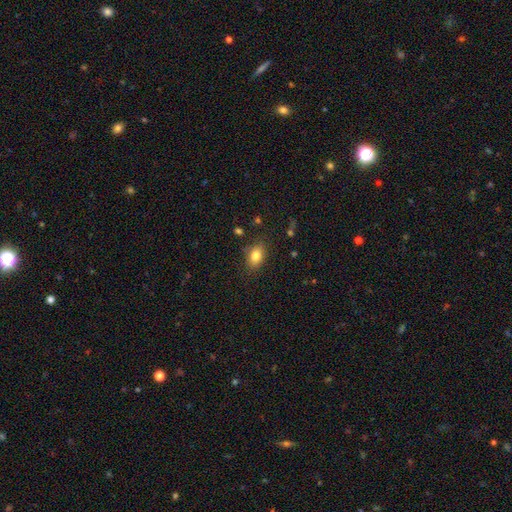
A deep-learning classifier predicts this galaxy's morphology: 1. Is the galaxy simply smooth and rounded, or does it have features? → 82% smooth, 10% star or artifact, 8% featured or disk.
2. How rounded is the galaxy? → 82% in between, 16% round, 2% cigar-shaped.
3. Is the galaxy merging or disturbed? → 84% none, 12% minor disturbance, 3% major disturbance, 2% merger.